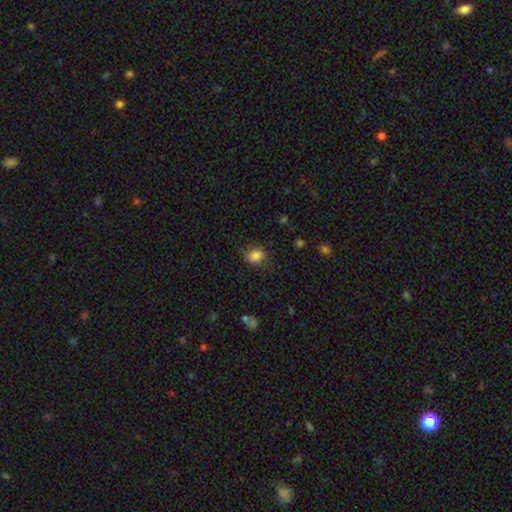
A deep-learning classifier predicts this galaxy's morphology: A smooth galaxy with no disk features (84%) that is round (51%).

Vote fractions:
- Smooth or featured? smooth: 84% / star or artifact: 10% / featured or disk: 6%
- How rounded? round: 51% / in between: 48% / cigar-shaped: 1%
- Merging? none: 76% / minor disturbance: 17% / major disturbance: 5% / merger: 1%